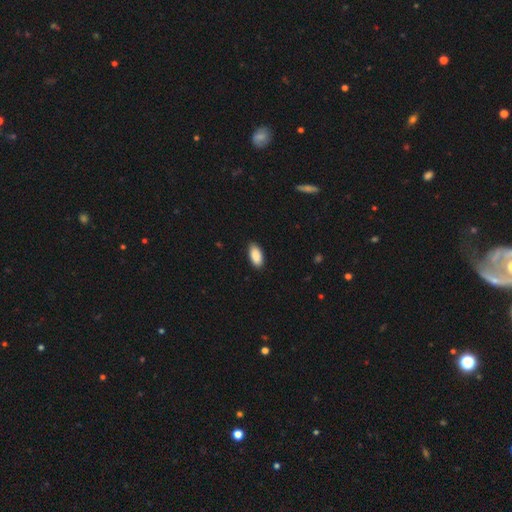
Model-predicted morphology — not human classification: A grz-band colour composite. It shows a smooth galaxy with no disk features (90%) that is in between round and cigar-shaped (94%). Merging: none (87%).